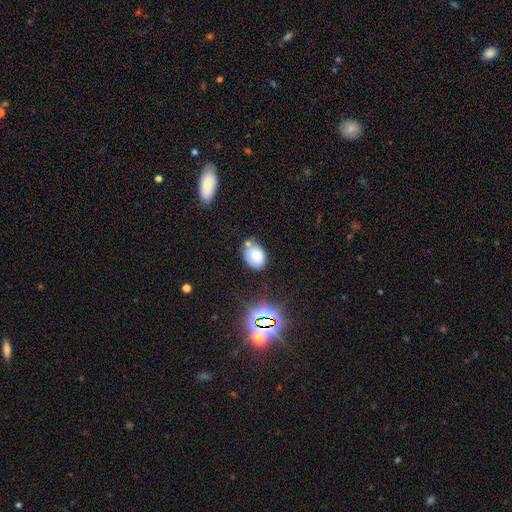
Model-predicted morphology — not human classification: The model was most divided on "merging": none: 57%, minor disturbance: 24%, merger: 13%, major disturbance: 6%. More confident: smooth or featured — smooth (75%); how rounded — in between (71%).